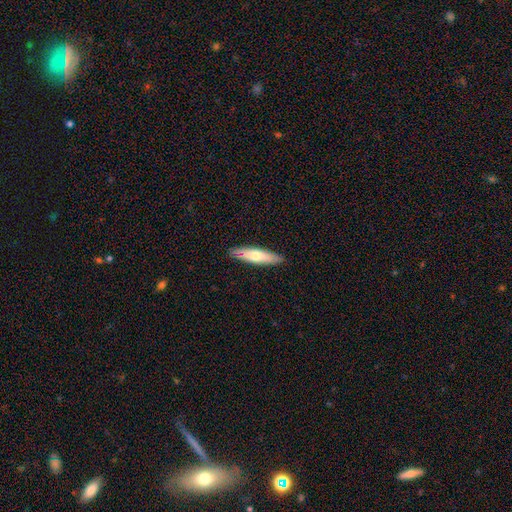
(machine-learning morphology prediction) Smooth or featured: smooth — 60% (featured or disk — 34%)
How rounded: cigar-shaped — 75% (in between — 24%)
Merging: none — 88% (minor disturbance — 9%)